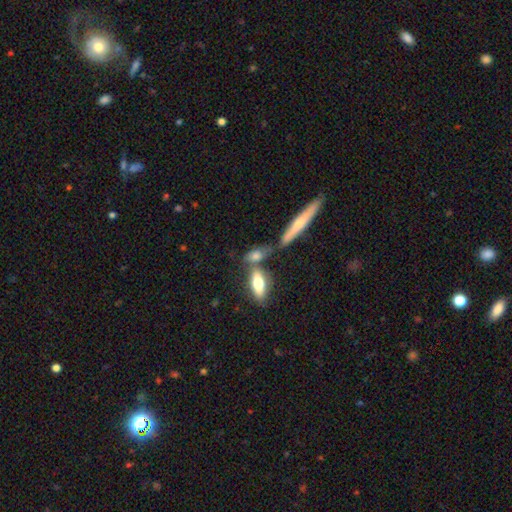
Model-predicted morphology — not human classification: Smooth or featured: smooth — 69% (featured or disk — 22%)
How rounded: in between — 62% (cigar-shaped — 31%)
Merging: none — 50% (merger — 31%)